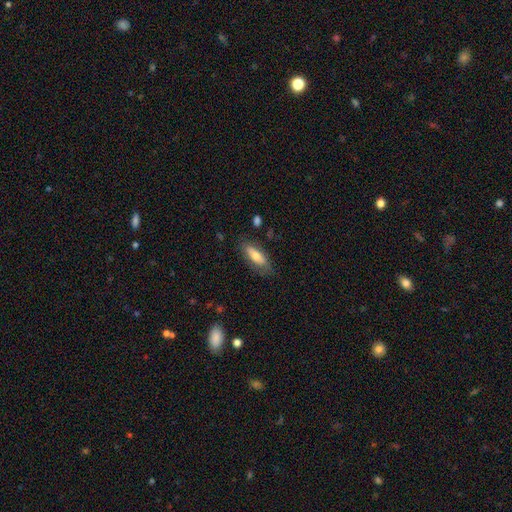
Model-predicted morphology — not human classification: Smooth or featured?
  - smooth: 66% *
  - featured or disk: 27%
  - star or artifact: 7%
How rounded?
  - in between: 70% *
  - cigar-shaped: 27%
  - round: 2%
Merging?
  - none: 75% *
  - minor disturbance: 18%
  - major disturbance: 5%
  - merger: 2%